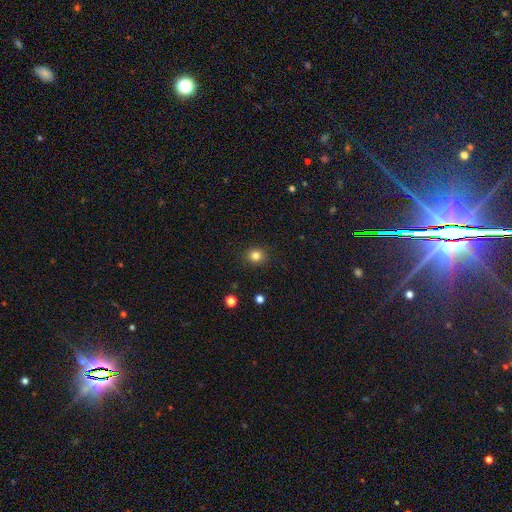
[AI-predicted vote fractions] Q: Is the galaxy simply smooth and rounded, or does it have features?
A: smooth — 82%.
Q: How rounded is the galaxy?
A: round — 80%.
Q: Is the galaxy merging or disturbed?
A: none — 90%.